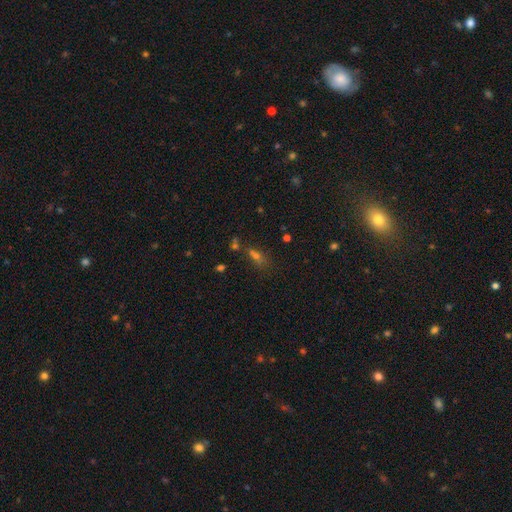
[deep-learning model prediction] This appears to be a smooth galaxy with no disk features (49%). Merging: none (54%).